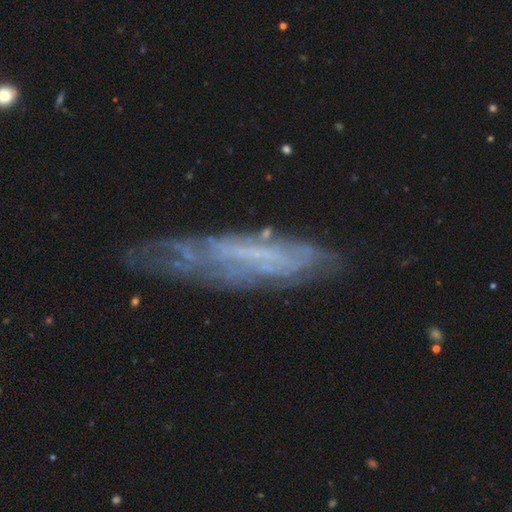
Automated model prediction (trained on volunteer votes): featured or disk 65%, smooth 24%, star or artifact 11%. Down the decision tree: edge-on disk — no (59%); merging — none (58%).